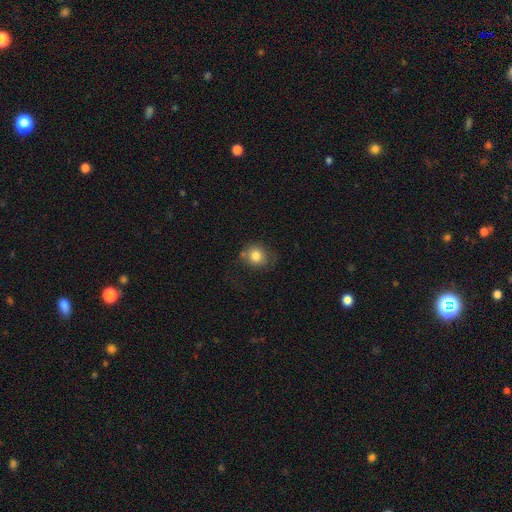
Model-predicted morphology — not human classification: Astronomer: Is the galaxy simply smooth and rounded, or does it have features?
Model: smooth — 81%.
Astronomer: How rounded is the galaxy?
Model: round — 76%.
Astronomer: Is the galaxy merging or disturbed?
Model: none — 65%.